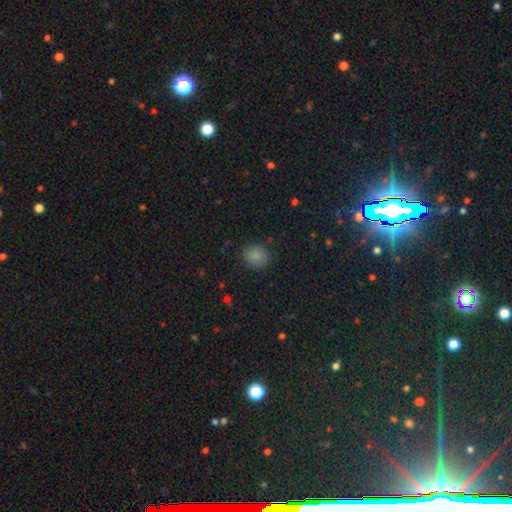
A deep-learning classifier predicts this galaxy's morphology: The model was most divided on "how rounded": round: 77%, in between: 22%, cigar-shaped: 1%. More confident: merging — none (85%); smooth or featured — smooth (84%).